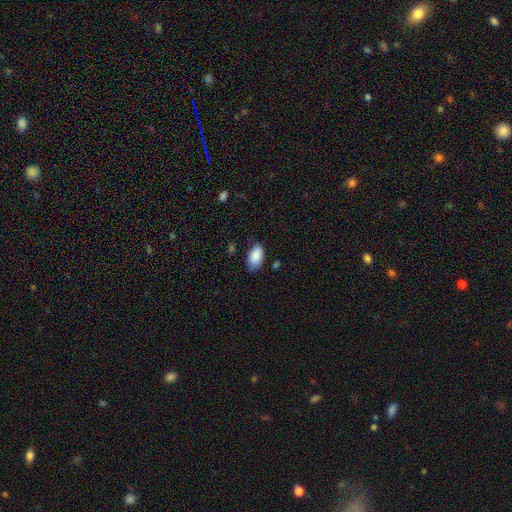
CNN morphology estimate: The model was most divided on "merging": none: 76%, minor disturbance: 19%, major disturbance: 3%, merger: 2%. More confident: how rounded — in between (94%); smooth or featured — smooth (89%).